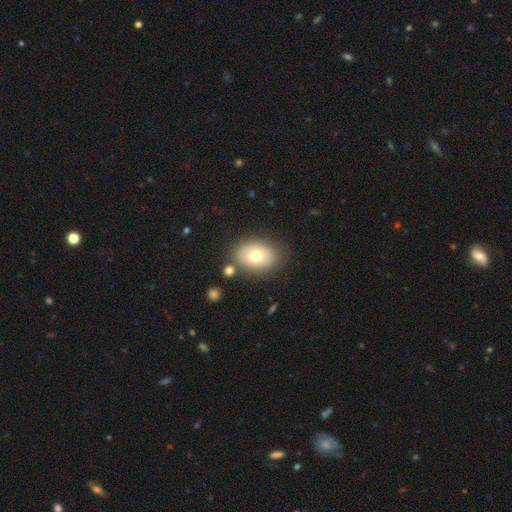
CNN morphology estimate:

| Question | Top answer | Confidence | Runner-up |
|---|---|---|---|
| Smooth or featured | smooth | 71% | featured or disk (21%) |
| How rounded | in between | 75% | round (24%) |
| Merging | none | 77% | minor disturbance (13%) |